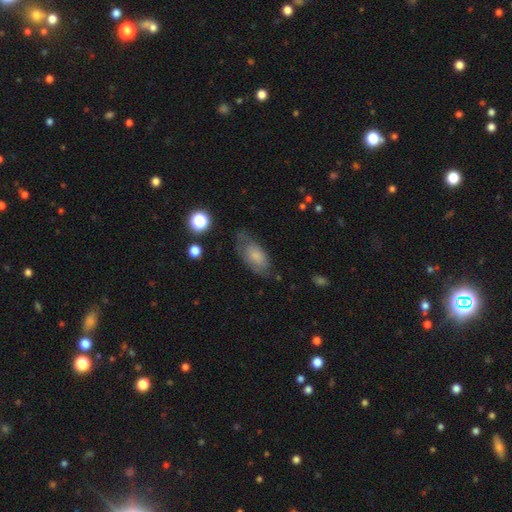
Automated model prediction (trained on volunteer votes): Overall: smooth (66%). How rounded: in between (90%). Merging: none (57%; minor disturbance 28%).